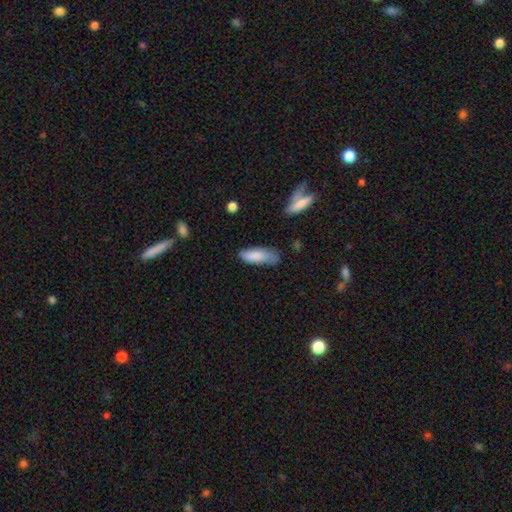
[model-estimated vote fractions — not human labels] Smooth or featured?
  - smooth: 83% *
  - featured or disk: 11%
  - star or artifact: 7%
How rounded?
  - in between: 65% *
  - cigar-shaped: 33%
  - round: 2%
Merging?
  - none: 48% *
  - minor disturbance: 36%
  - major disturbance: 12%
  - merger: 3%